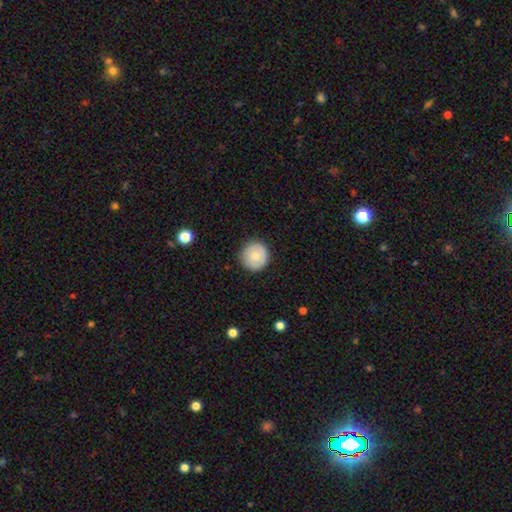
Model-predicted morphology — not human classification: The model was most divided on "smooth or featured": smooth: 81%, featured or disk: 12%, star or artifact: 6%. More confident: how rounded — round (95%); merging — none (90%).